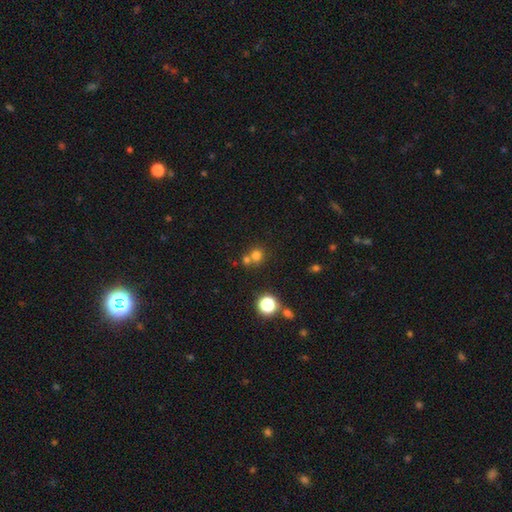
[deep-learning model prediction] Overall: smooth (71%). How rounded: round (86%). Merging: none (52%; merger 39%).